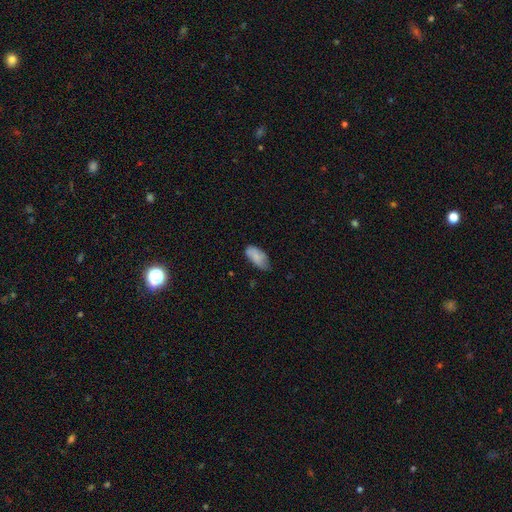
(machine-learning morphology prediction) Smooth or featured?
  - smooth: 81% *
  - featured or disk: 12%
  - star or artifact: 7%
How rounded?
  - in between: 93% *
  - cigar-shaped: 5%
  - round: 2%
Merging?
  - none: 51% *
  - minor disturbance: 39%
  - major disturbance: 8%
  - merger: 2%